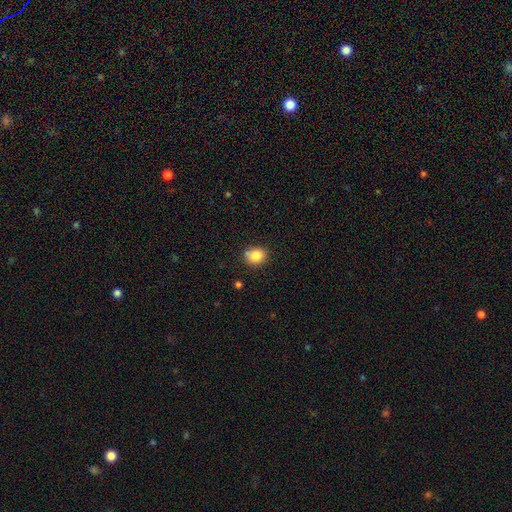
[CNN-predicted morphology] This is clearly a smooth galaxy (83%). How rounded: likely round (63%). Merging: likely none (74%).